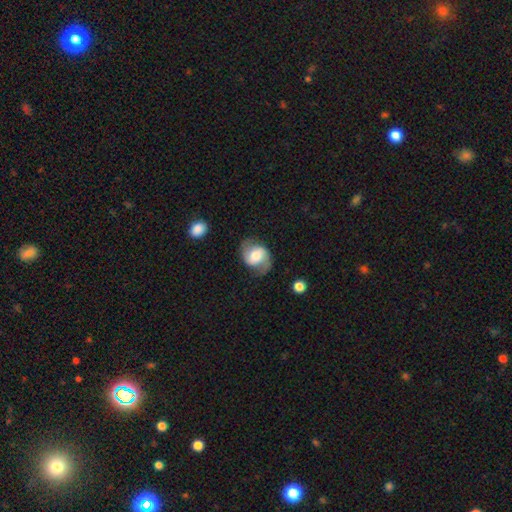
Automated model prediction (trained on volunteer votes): smooth_or_featured: featured or disk (p=0.69) [alt: smooth p=0.24]
disk_edge_on: no (p=0.97) [alt: yes p=0.03]
bar: no (p=0.42) [alt: weak p=0.41]
has_spiral_arms: yes (p=0.91) [alt: no p=0.09]
spiral_winding: medium (p=0.48) [alt: loose p=0.32]
spiral_arm_count: 2 (p=0.90) [alt: can't tell p=0.04]
bulge_size: moderate (p=0.43) [alt: large p=0.34]
merging: none (p=0.70) [alt: minor disturbance p=0.19]